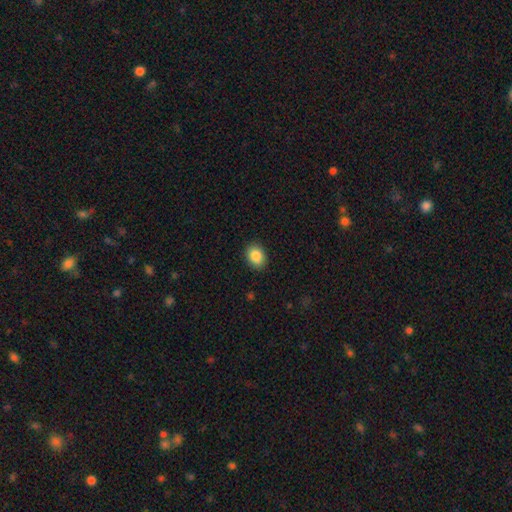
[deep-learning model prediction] This is clearly a smooth galaxy (87%). How rounded: possibly in between (57%). Merging: clearly none (89%).